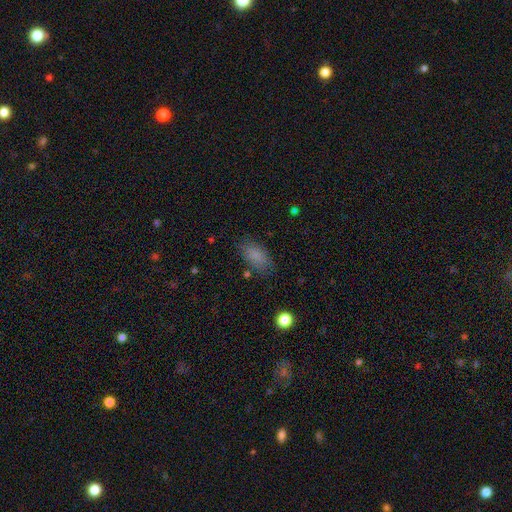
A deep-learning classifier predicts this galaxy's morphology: This is clearly a smooth galaxy (84%). How rounded: clearly in between (90%). Merging: likely none (80%).